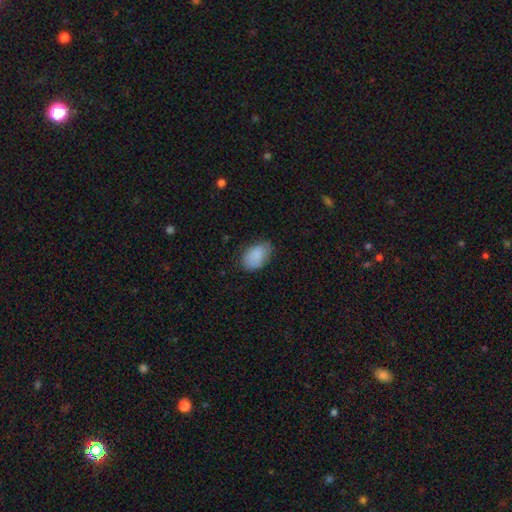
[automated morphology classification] A smooth galaxy with no disk features (87%) that is in between round and cigar-shaped (90%). Merging: none (70%).